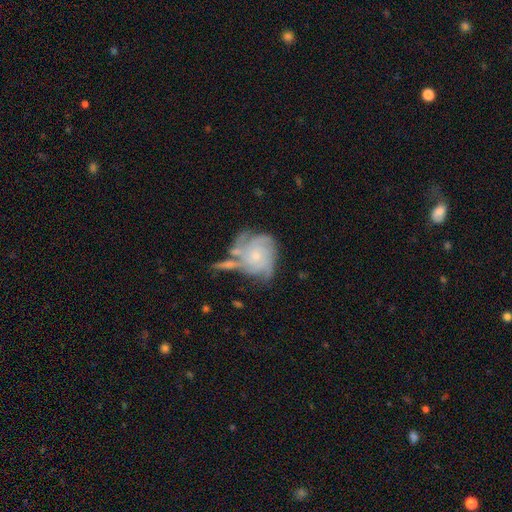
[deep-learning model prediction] This is likely a featured or disk galaxy (77%). It is clearly not viewed edge-on (97%). Bar: clearly no (81%). Spiral arm pattern: clearly yes (92%). Spiral arm count: marginally 4 (32%). Spiral winding: possibly tight (59%). Central bulge: likely small (74%). Merging: possibly none (45%).